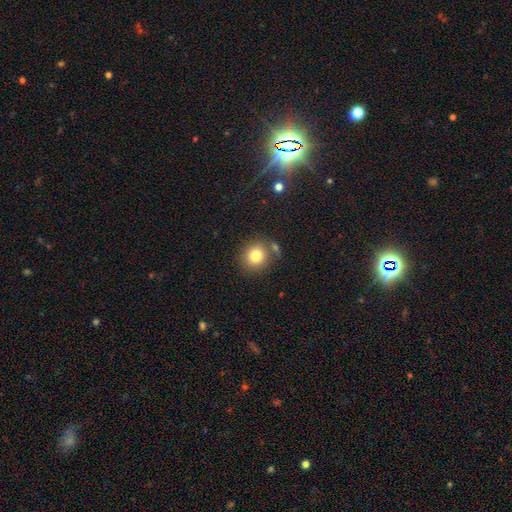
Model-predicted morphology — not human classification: Smooth or featured: smooth — 80% (star or artifact — 11%)
How rounded: round — 84% (in between — 15%)
Merging: none — 71% (merger — 13%)